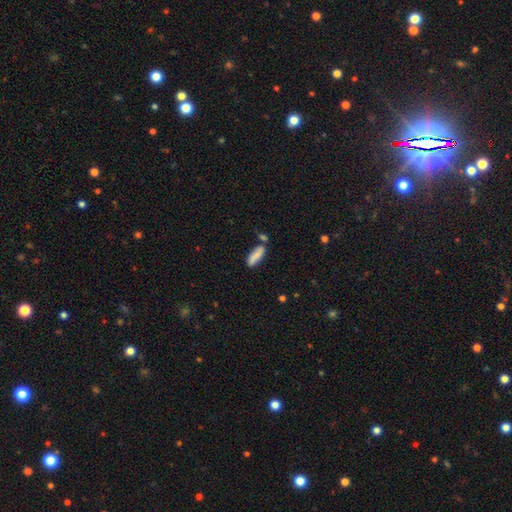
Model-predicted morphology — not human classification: Smooth or featured: smooth — 81% (featured or disk — 12%)
How rounded: in between — 59% (cigar-shaped — 39%)
Merging: none — 63% (minor disturbance — 17%)